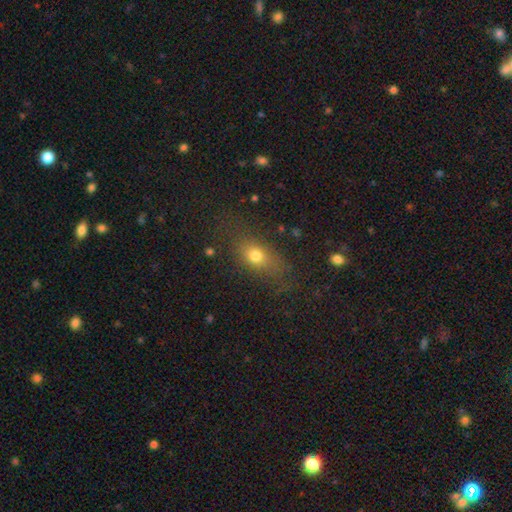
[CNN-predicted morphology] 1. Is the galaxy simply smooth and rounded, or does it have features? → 71% smooth, 15% featured or disk, 14% star or artifact.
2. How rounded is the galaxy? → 64% in between, 24% round, 12% cigar-shaped.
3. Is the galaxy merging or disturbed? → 70% none, 17% minor disturbance, 11% major disturbance, 2% merger.